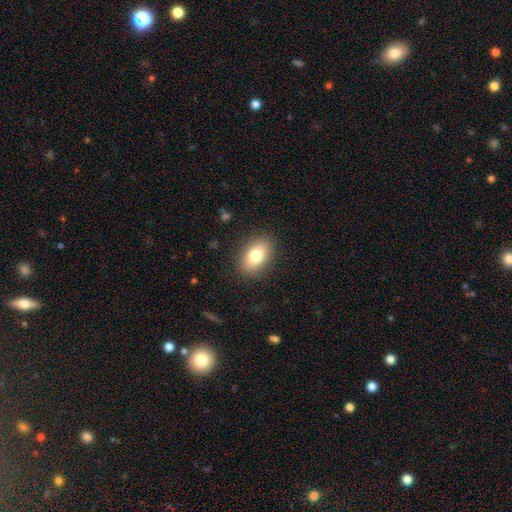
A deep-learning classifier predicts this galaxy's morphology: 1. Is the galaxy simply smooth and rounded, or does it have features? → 81% smooth, 12% featured or disk, 8% star or artifact.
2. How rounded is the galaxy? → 88% in between, 11% round, 2% cigar-shaped.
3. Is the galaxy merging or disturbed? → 86% none, 9% minor disturbance, 3% major disturbance, 1% merger.